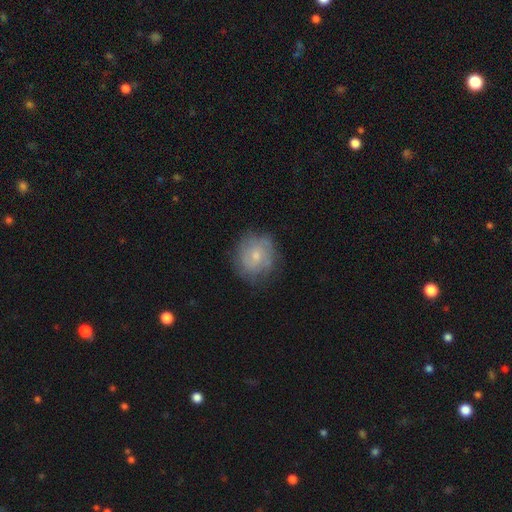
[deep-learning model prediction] featured or disk 46% (tied), smooth 46% (tied), star or artifact 8%. Down the decision tree: merging — none (72%).